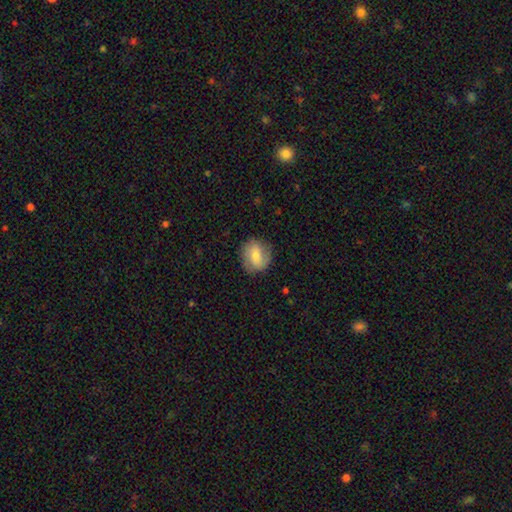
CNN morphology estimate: smooth_or_featured: smooth (p=0.62) [alt: featured or disk p=0.30]
how_rounded: round (p=0.76) [alt: in between p=0.23]
merging: none (p=0.81) [alt: minor disturbance p=0.13]